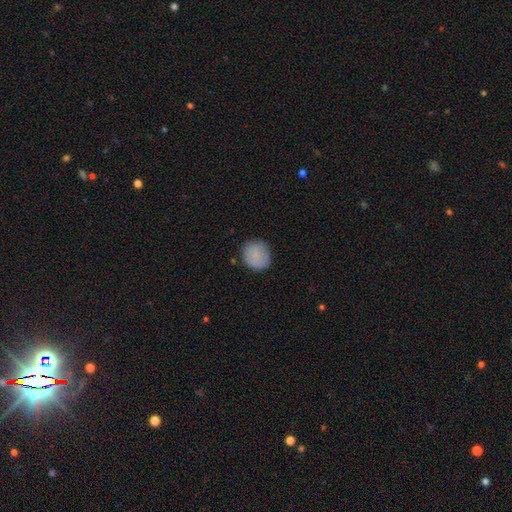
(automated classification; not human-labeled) This appears to be a smooth galaxy with no disk features (84%) that is round (86%). Merging: none (82%).